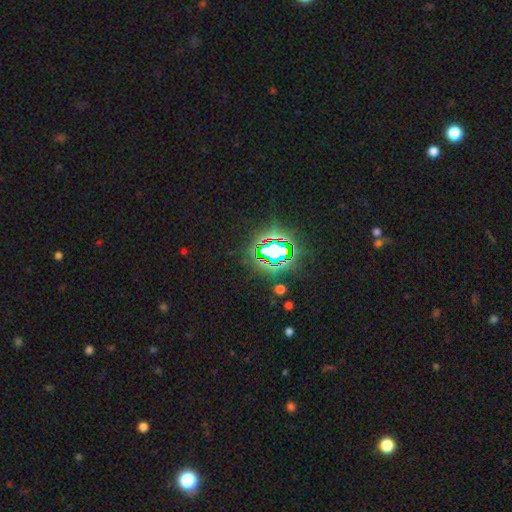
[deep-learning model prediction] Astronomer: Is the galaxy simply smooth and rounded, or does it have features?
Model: star or artifact — 85%.